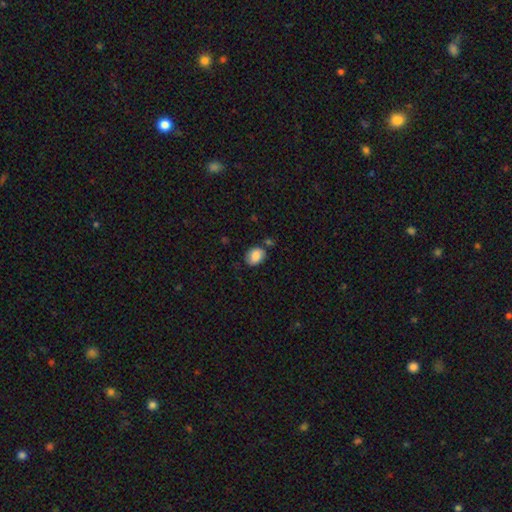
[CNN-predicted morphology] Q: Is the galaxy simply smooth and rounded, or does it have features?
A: smooth — 83%.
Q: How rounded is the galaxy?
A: in between — 65%.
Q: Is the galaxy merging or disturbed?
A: none — 71%.